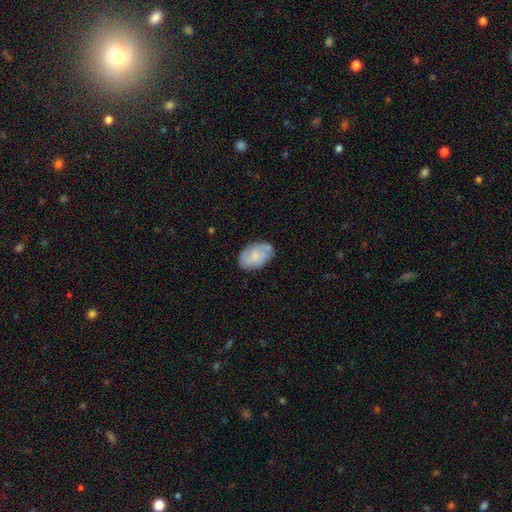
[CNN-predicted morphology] smooth_or_featured: smooth (p=0.63) [alt: featured or disk p=0.30]
how_rounded: in between (p=0.90) [alt: round p=0.09]
merging: none (p=0.70) [alt: minor disturbance p=0.22]